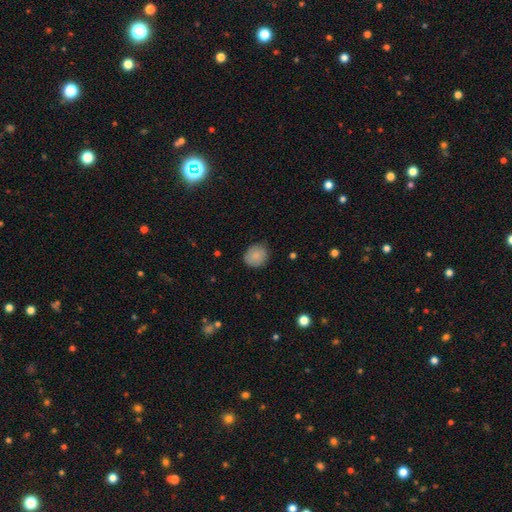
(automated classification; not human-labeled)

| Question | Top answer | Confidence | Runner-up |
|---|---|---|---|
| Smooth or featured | smooth | 85% | star or artifact (8%) |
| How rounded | round | 79% | in between (20%) |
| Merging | none | 82% | minor disturbance (15%) |